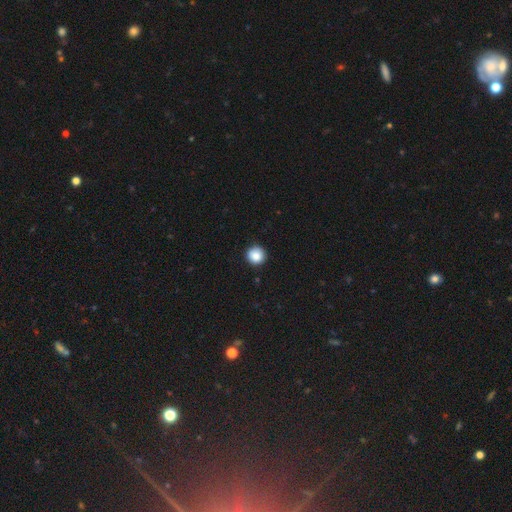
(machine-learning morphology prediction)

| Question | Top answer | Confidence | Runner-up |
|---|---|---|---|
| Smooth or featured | smooth | 87% | star or artifact (9%) |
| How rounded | round | 95% | in between (4%) |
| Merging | none | 91% | minor disturbance (6%) |